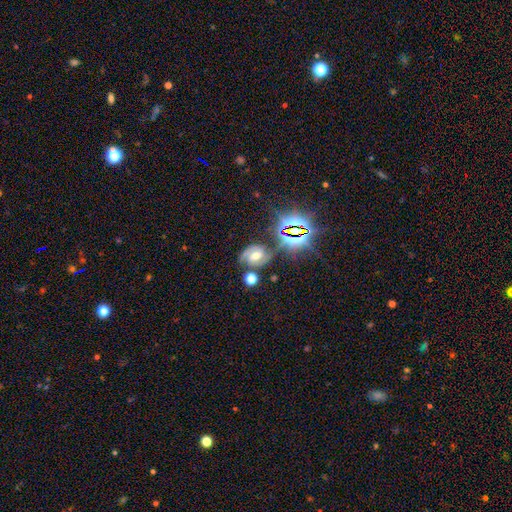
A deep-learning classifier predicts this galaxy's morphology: Smooth or featured? Predicted: featured or disk (p=0.63). Edge-on disk? Predicted: no (p=0.97). Bar? Predicted: weak (p=0.41). Spiral arms? Predicted: yes (p=0.93). Spiral winding? Predicted: medium (p=0.48). Spiral arm count? Predicted: 2 (p=0.85). Bulge size? Predicted: moderate (p=0.74). Merging? Predicted: none (p=0.70).